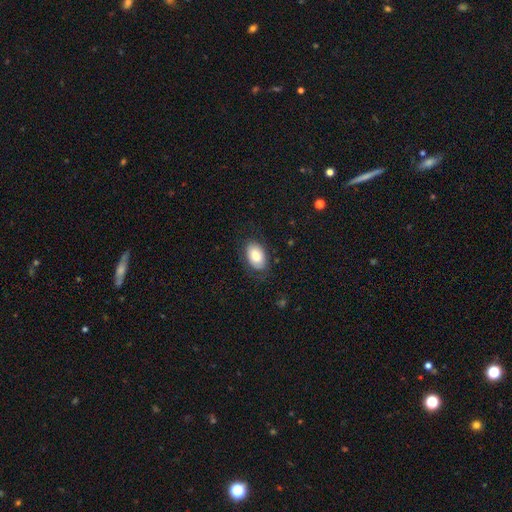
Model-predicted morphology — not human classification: Q: Smooth or featured?
A: smooth (75%); runner-up: featured or disk (19%)
Q: How rounded?
A: in between (91%); runner-up: round (8%)
Q: Merging?
A: none (75%); runner-up: minor disturbance (17%)